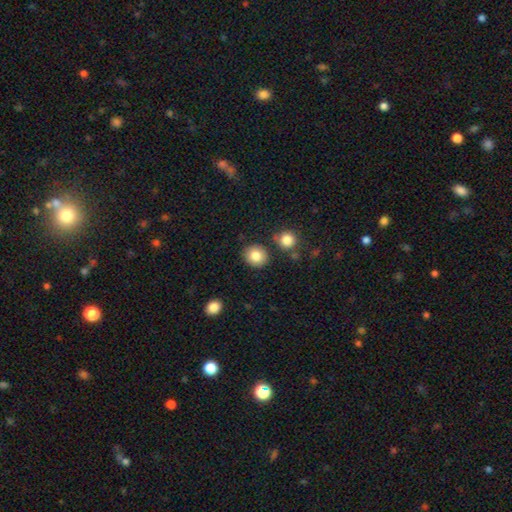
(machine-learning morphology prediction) A smooth galaxy with no disk features (84%) that is round (85%).

Vote fractions:
- Smooth or featured? smooth: 84% / star or artifact: 9% / featured or disk: 7%
- How rounded? round: 85% / in between: 15% / cigar-shaped: 1%
- Merging? none: 85% / minor disturbance: 8% / merger: 5% / major disturbance: 2%